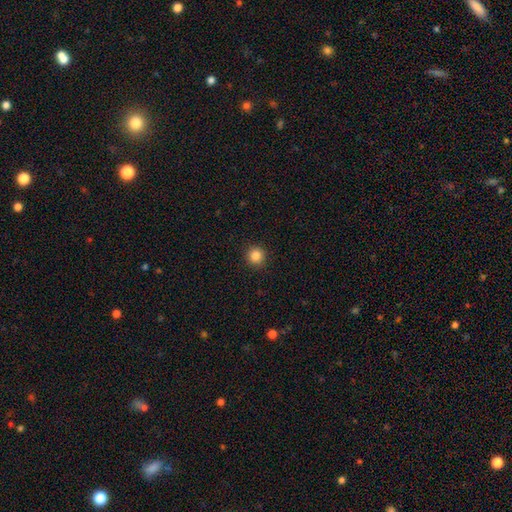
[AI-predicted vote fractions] Smooth or featured?
  - smooth: 85% *
  - star or artifact: 11%
  - featured or disk: 4%
How rounded?
  - round: 94% *
  - in between: 5%
  - cigar-shaped: 1%
Merging?
  - none: 92% *
  - minor disturbance: 5%
  - major disturbance: 2%
  - merger: 1%